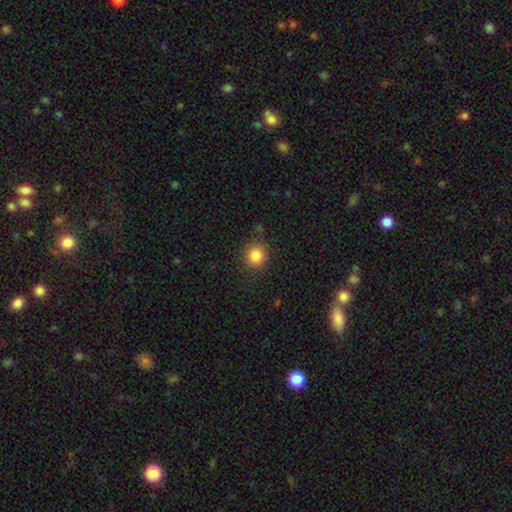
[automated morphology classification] Smooth or featured: smooth — 85% (star or artifact — 10%)
How rounded: round — 89% (in between — 10%)
Merging: none — 84% (minor disturbance — 11%)